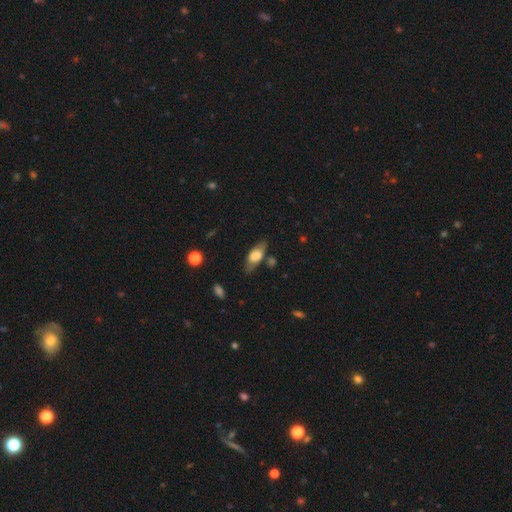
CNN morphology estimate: This is likely a smooth galaxy (63%). How rounded: likely in between (79%). Merging: likely none (67%).